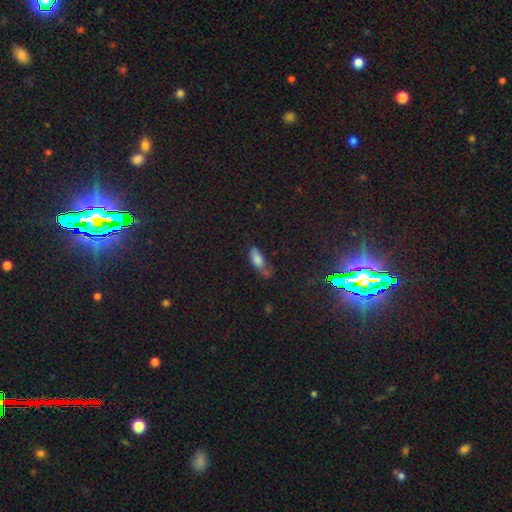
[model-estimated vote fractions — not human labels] A smooth galaxy with no disk features (63%) that is in between round and cigar-shaped (76%). Merging: none (44%).